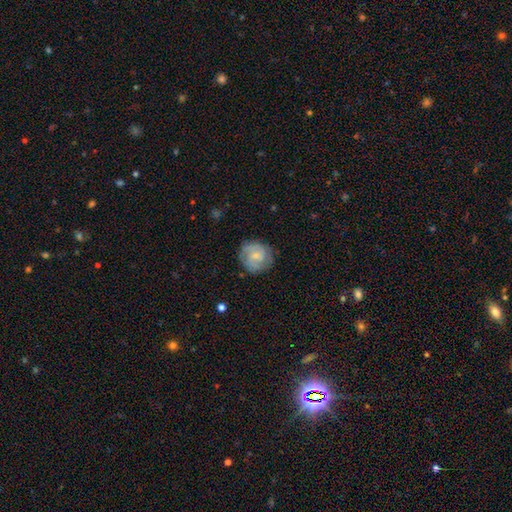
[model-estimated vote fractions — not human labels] A featured or disk galaxy (60%) with no bar (57%), 2 (45%) tight (53%) spiral arms (86%) and a small central bulge (65%). Merging: none (76%).